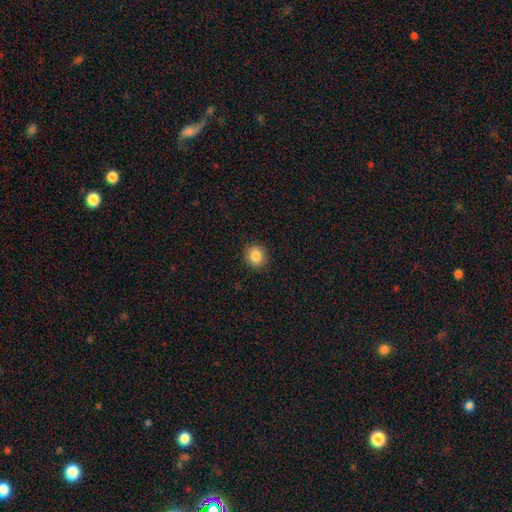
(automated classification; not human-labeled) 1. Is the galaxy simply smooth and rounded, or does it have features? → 86% smooth, 9% star or artifact, 5% featured or disk.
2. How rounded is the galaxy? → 75% round, 24% in between, 1% cigar-shaped.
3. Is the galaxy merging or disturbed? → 89% none, 8% minor disturbance, 2% major disturbance, 1% merger.